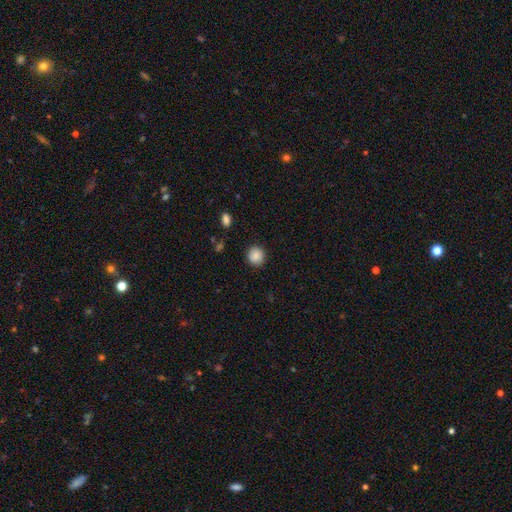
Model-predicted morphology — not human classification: This appears to be a smooth galaxy with no disk features (87%) that is round (89%). Merging: none (89%).